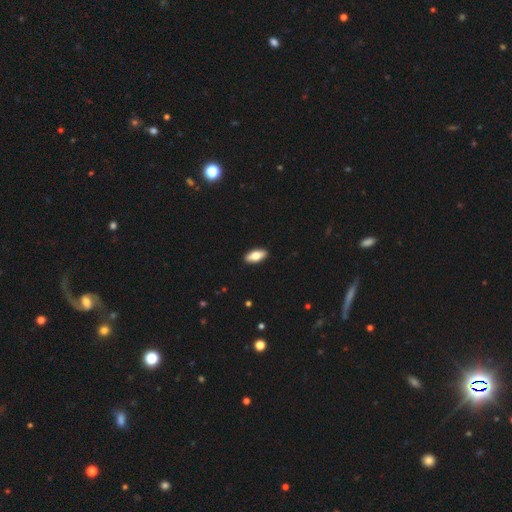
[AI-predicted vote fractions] This appears to be a smooth galaxy with no disk features (75%) that is in between round and cigar-shaped (84%). Merging: none (91%).